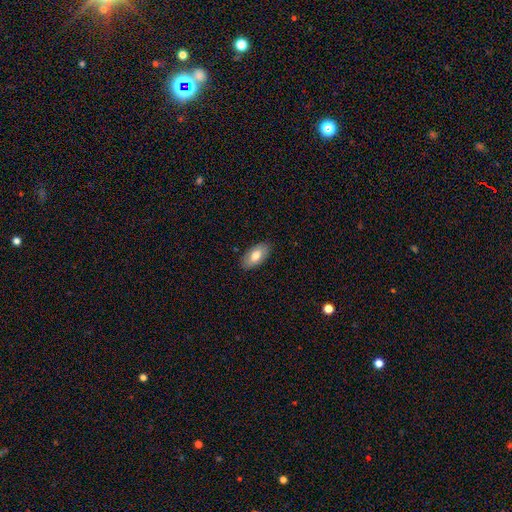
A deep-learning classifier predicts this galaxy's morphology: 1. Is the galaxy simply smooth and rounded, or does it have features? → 74% smooth, 20% featured or disk, 6% star or artifact.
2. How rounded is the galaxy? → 94% in between, 3% cigar-shaped, 3% round.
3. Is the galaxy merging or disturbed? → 87% none, 10% minor disturbance, 2% major disturbance, 1% merger.